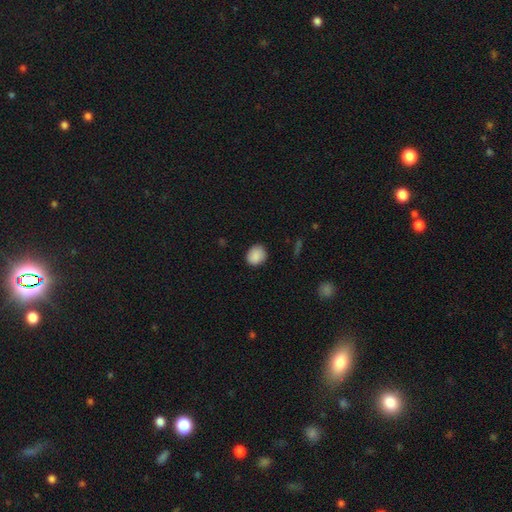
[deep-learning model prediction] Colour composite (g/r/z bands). It shows a smooth galaxy with no disk features (88%) that is round (68%). Merging: none (82%).